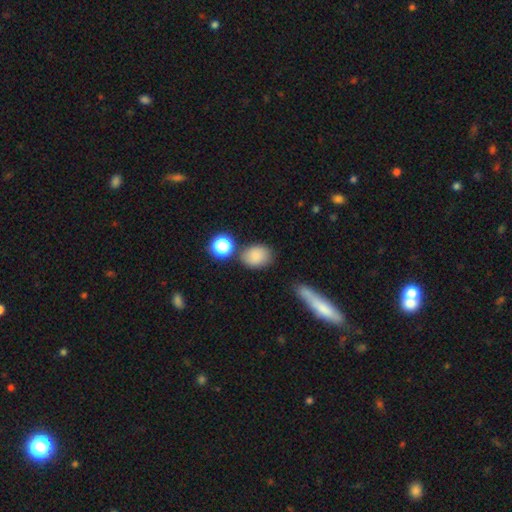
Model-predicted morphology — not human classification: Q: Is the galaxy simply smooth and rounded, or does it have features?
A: smooth — 83%.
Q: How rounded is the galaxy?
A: in between — 63%.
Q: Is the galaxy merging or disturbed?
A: none — 71%.